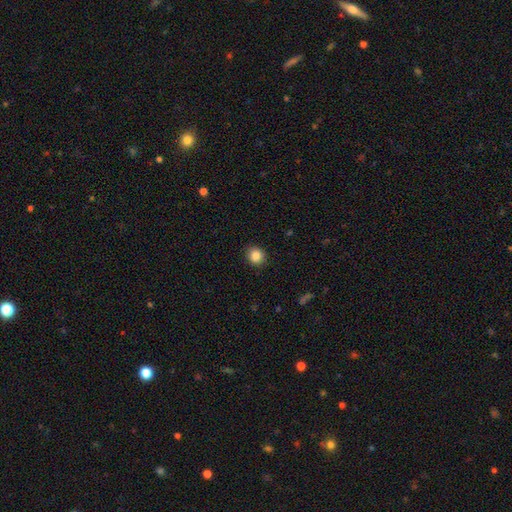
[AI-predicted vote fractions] This is clearly a smooth galaxy (86%). How rounded: clearly round (85%). Merging: clearly none (90%).